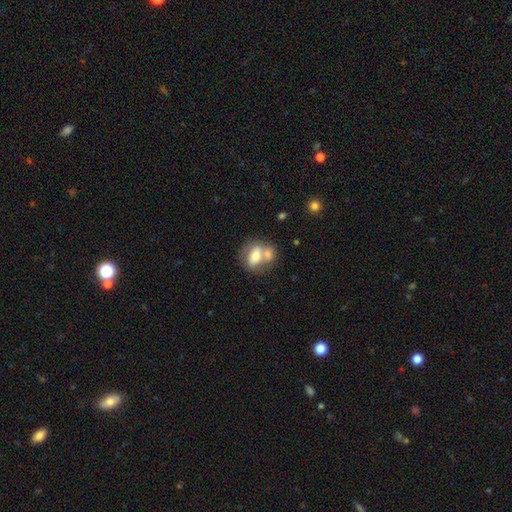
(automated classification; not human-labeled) Smooth or featured? Predicted: smooth (p=0.64). How rounded? Predicted: in between (p=0.67). Merging? Predicted: merger (p=0.56).